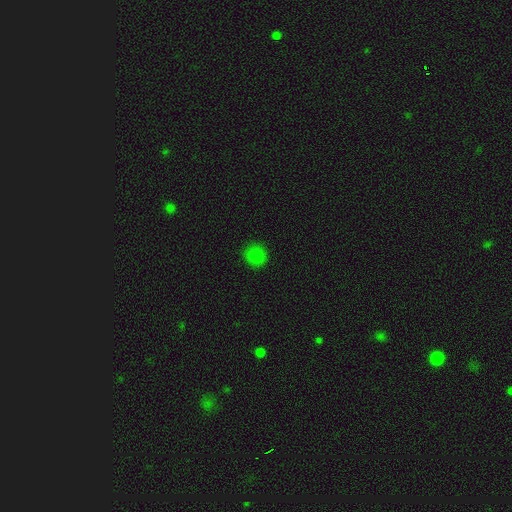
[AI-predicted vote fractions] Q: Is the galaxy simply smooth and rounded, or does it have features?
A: smooth — 82%.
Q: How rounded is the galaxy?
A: round — 90%.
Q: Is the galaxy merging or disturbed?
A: none — 89%.